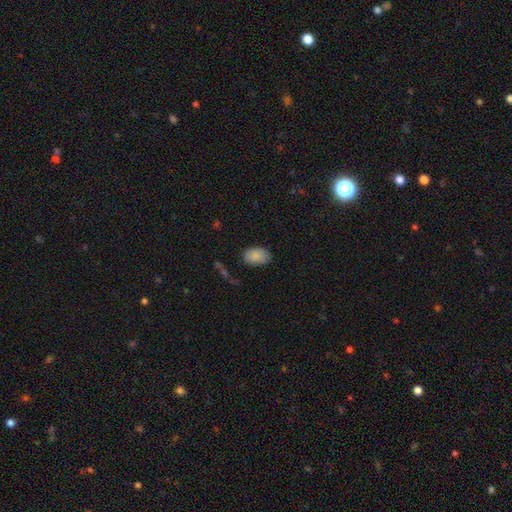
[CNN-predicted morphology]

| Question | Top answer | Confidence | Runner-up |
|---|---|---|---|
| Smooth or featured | smooth | 87% | star or artifact (7%) |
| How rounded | in between | 88% | round (11%) |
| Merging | none | 79% | minor disturbance (16%) |